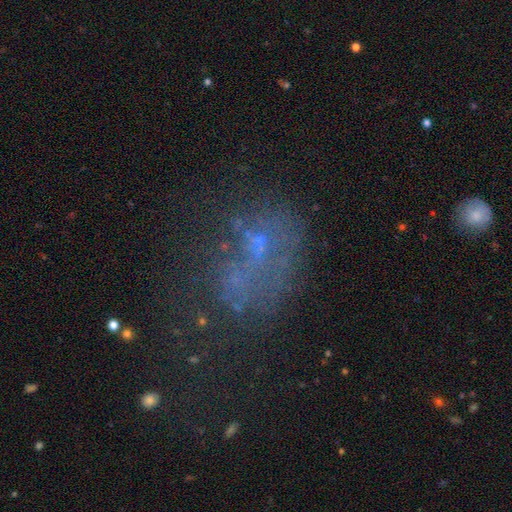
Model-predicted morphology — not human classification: A featured or disk galaxy (39%). Merging: major disturbance (35%).